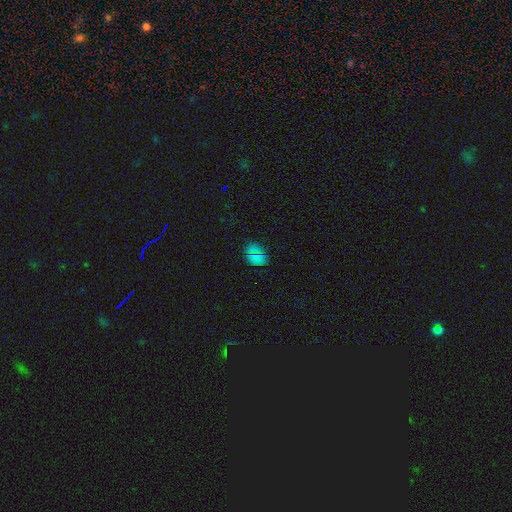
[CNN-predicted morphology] Smooth or featured: smooth — 63% (star or artifact — 30%)
How rounded: in between — 62% (round — 35%)
Merging: none — 82% (minor disturbance — 12%)